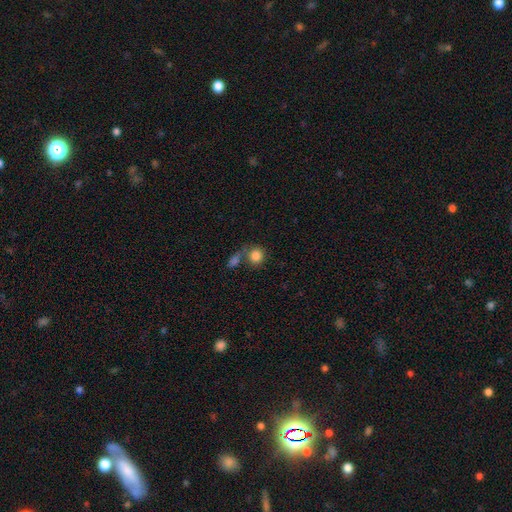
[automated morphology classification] smooth_or_featured: smooth (p=0.83) [alt: star or artifact p=0.10]
how_rounded: round (p=0.81) [alt: in between p=0.18]
merging: none (p=0.52) [alt: merger p=0.29]